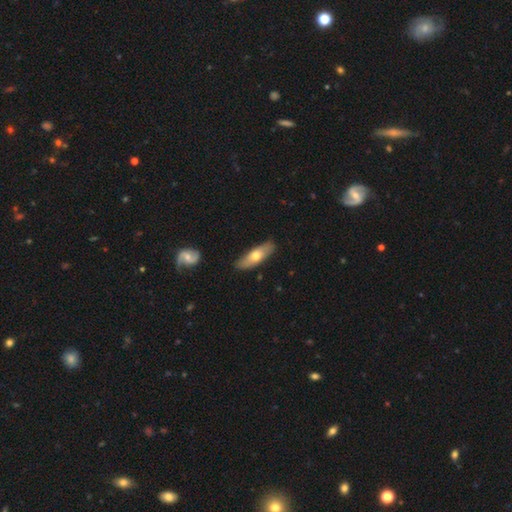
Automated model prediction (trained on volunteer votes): A smooth galaxy with no disk features (60%) that is in between round and cigar-shaped (51%).

Vote fractions:
- Smooth or featured? smooth: 60% / featured or disk: 35% / star or artifact: 5%
- How rounded? in between: 51% / cigar-shaped: 47% / round: 3%
- Merging? none: 84% / minor disturbance: 12% / major disturbance: 2% / merger: 2%